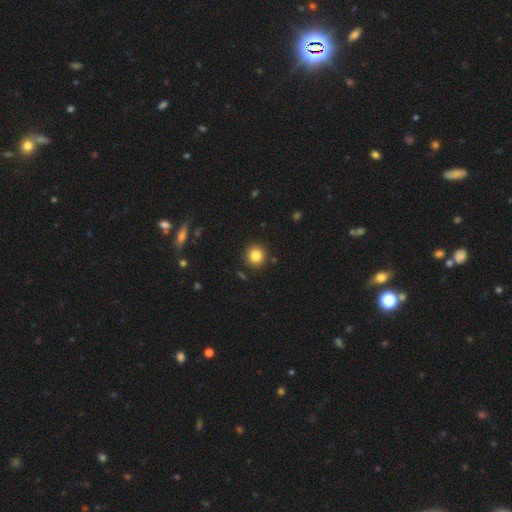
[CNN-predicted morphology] This appears to be a smooth galaxy with no disk features (84%) that is round (93%). Merging: none (89%).